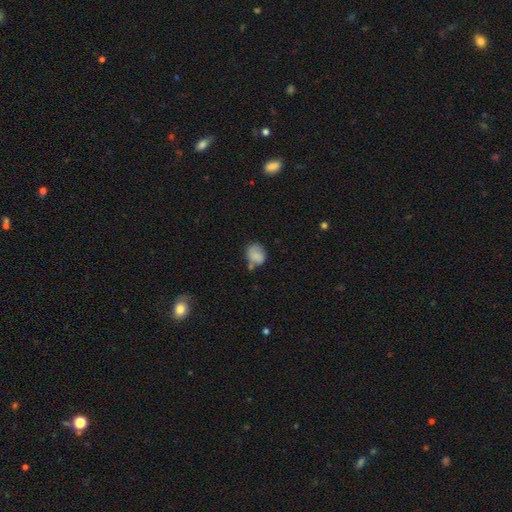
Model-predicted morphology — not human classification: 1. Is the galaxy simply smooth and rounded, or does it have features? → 80% smooth, 11% featured or disk, 9% star or artifact.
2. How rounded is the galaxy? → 65% round, 34% in between, 1% cigar-shaped.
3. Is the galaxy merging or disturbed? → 52% none, 27% minor disturbance, 14% merger, 7% major disturbance.